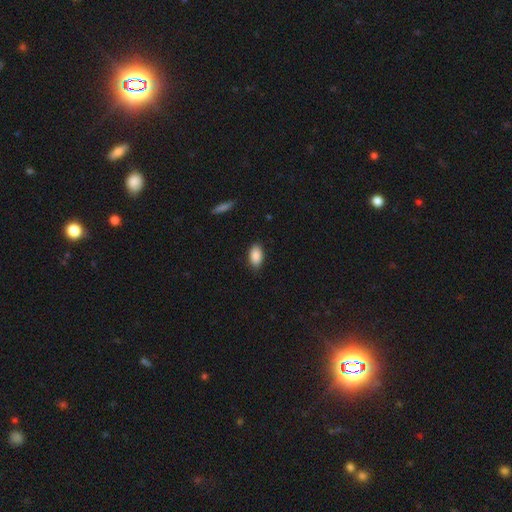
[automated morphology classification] smooth 89%, star or artifact 7%, featured or disk 4%. Down the decision tree: how rounded — in between (93%); merging — none (84%).